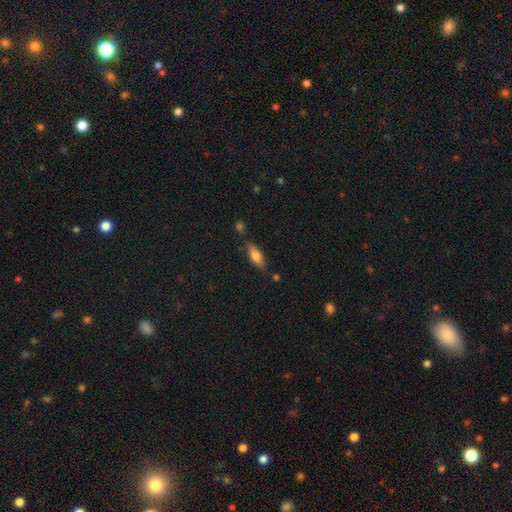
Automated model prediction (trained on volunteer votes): Q: Smooth or featured?
A: smooth (73%); runner-up: featured or disk (20%)
Q: How rounded?
A: in between (62%); runner-up: cigar-shaped (35%)
Q: Merging?
A: none (76%); runner-up: minor disturbance (16%)